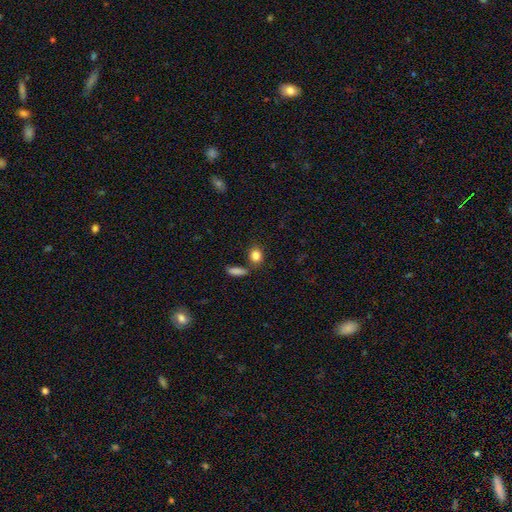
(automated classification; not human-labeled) Smooth or featured? Predicted: smooth (p=0.85). How rounded? Predicted: round (p=0.49). Merging? Predicted: none (p=0.70).